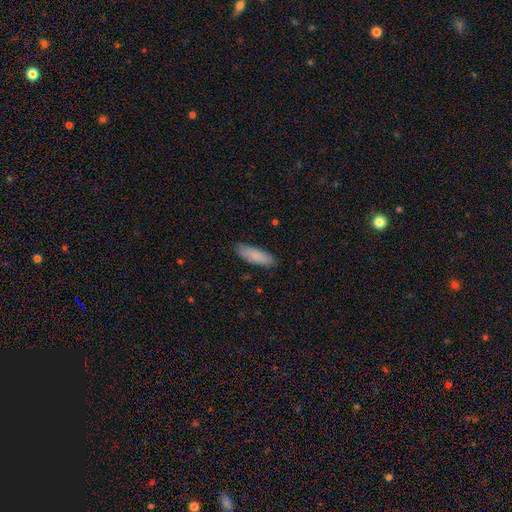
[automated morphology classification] type=smooth (86%); roundness=in between (56%); merging=none (87%).